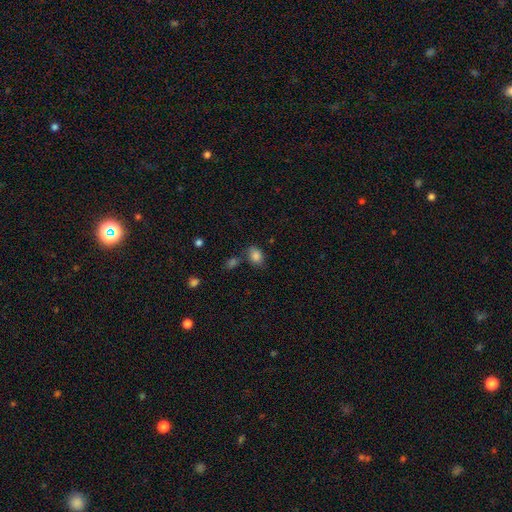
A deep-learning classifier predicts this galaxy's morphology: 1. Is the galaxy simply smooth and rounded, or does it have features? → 83% smooth, 10% star or artifact, 6% featured or disk.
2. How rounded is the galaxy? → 73% in between, 26% round, 1% cigar-shaped.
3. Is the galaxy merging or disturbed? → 66% none, 17% minor disturbance, 11% merger, 5% major disturbance.